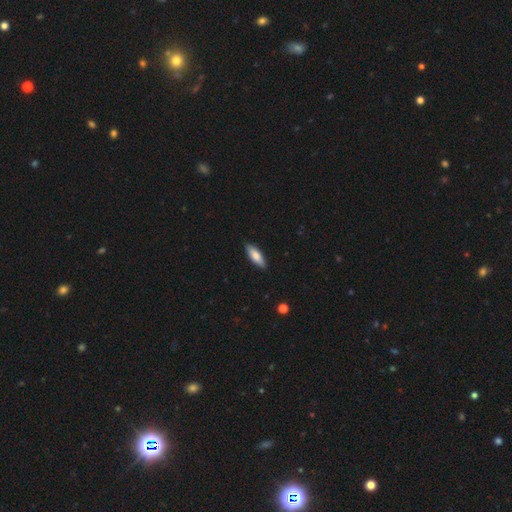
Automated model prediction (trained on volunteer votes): A smooth galaxy with no disk features (77%) that is in between round and cigar-shaped (58%).

Vote fractions:
- Smooth or featured? smooth: 77% / featured or disk: 18% / star or artifact: 6%
- How rounded? in between: 58% / cigar-shaped: 40% / round: 2%
- Merging? none: 88% / minor disturbance: 9% / major disturbance: 2% / merger: 1%